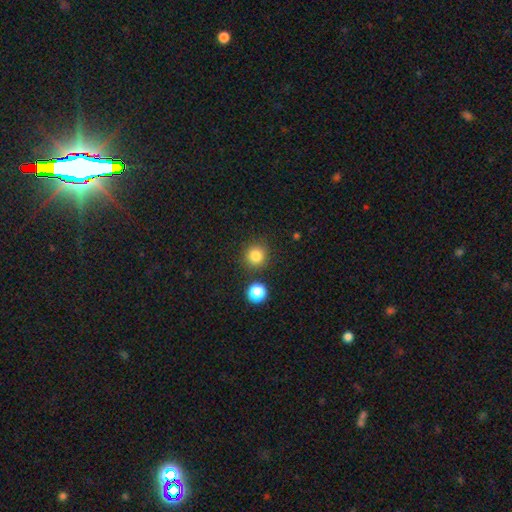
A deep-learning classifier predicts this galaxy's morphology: Q: Smooth or featured?
A: smooth (83%); runner-up: star or artifact (12%)
Q: How rounded?
A: round (92%); runner-up: in between (7%)
Q: Merging?
A: none (85%); runner-up: minor disturbance (8%)